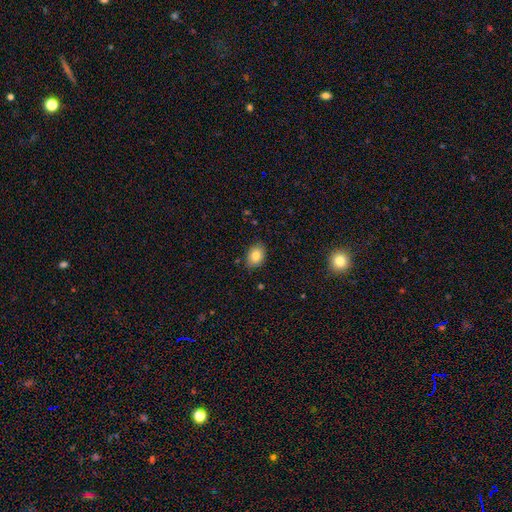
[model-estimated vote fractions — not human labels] A smooth galaxy with no disk features (83%) that is in between round and cigar-shaped (77%). Merging: none (83%).